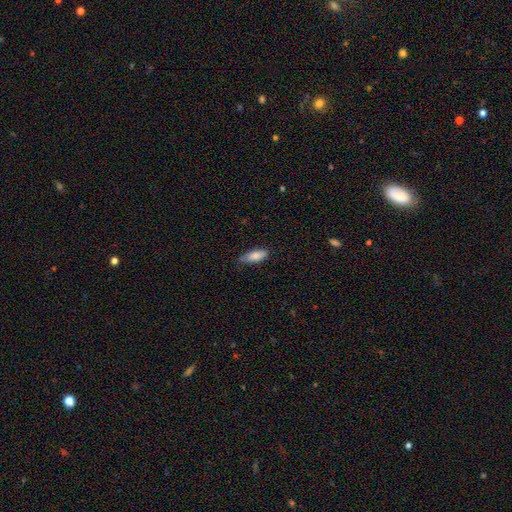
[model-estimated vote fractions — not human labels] smooth 82%, featured or disk 11%, star or artifact 6%. Down the decision tree: how rounded — in between (71%); merging — none (74%).